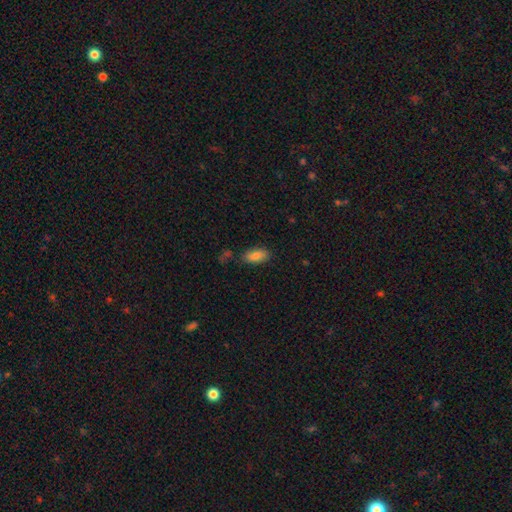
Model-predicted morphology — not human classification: A smooth galaxy with no disk features (84%) that is in between round and cigar-shaped (89%).

Vote fractions:
- Smooth or featured? smooth: 84% / featured or disk: 9% / star or artifact: 8%
- How rounded? in between: 89% / cigar-shaped: 8% / round: 3%
- Merging? none: 76% / minor disturbance: 15% / merger: 6% / major disturbance: 4%